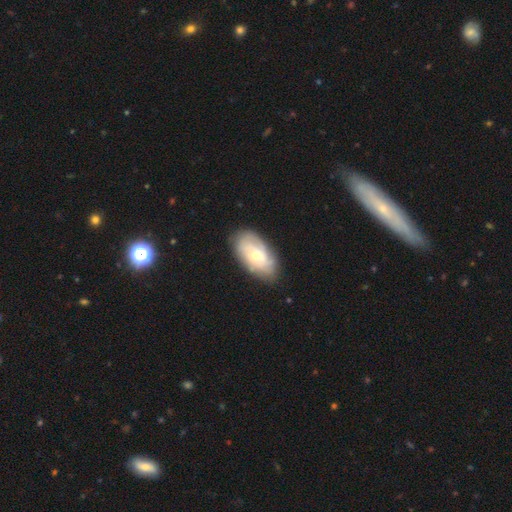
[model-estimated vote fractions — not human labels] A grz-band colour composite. It shows a featured or disk galaxy (51%). Merging: none (78%).